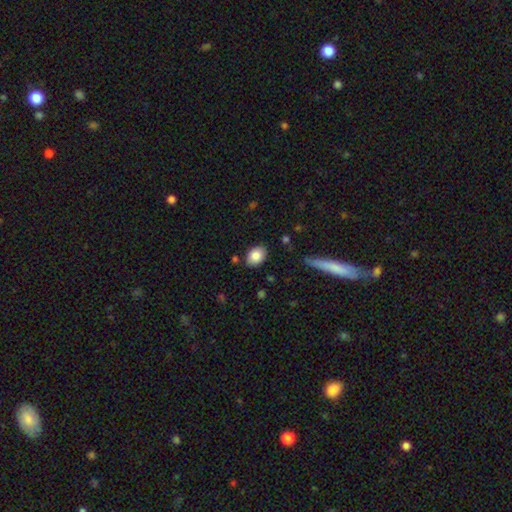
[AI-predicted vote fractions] Overall: smooth (84%). How rounded: in between (73%). Merging: none (84%).